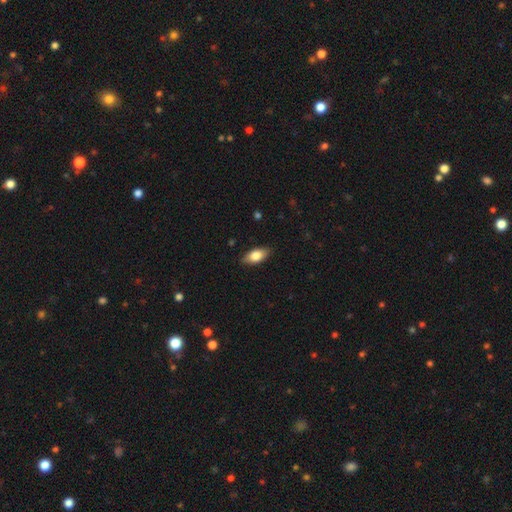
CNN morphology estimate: smooth 77%, featured or disk 17%, star or artifact 6%. Down the decision tree: how rounded — in between (87%); merging — none (86%).